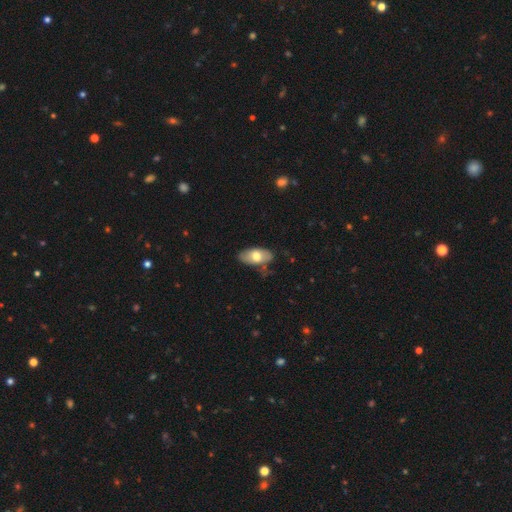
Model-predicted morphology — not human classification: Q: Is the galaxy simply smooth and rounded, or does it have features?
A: smooth — 67%.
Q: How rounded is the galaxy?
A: in between — 93%.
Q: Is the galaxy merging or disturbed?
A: none — 69%.